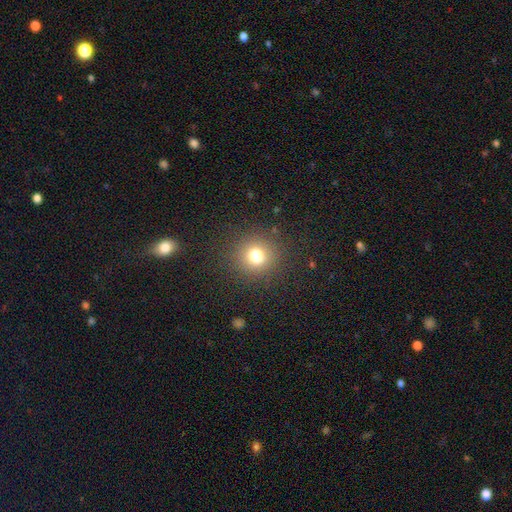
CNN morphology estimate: A smooth galaxy with no disk features (76%) that is round (90%). Merging: none (88%).